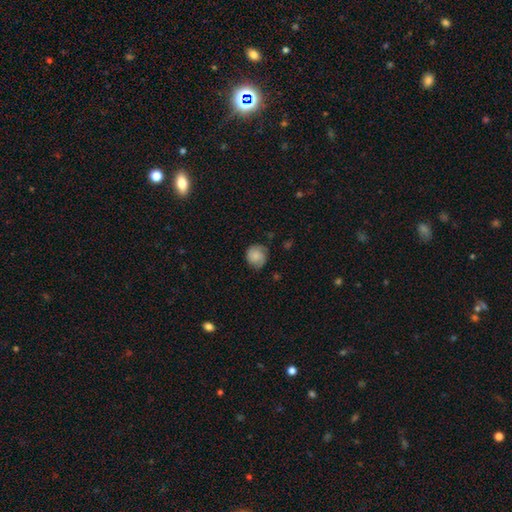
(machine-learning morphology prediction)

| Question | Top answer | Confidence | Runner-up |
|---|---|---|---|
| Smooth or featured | smooth | 67% | featured or disk (25%) |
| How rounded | round | 84% | in between (15%) |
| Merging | none | 70% | minor disturbance (23%) |